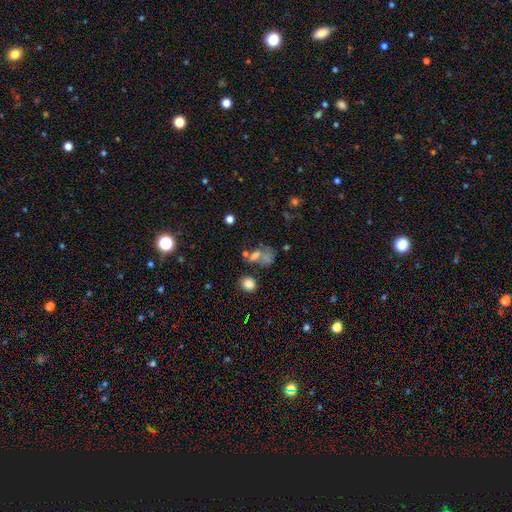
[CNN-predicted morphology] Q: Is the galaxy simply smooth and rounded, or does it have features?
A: smooth — 53%.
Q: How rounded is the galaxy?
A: in between — 57%.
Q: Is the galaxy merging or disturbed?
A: none — 36%.